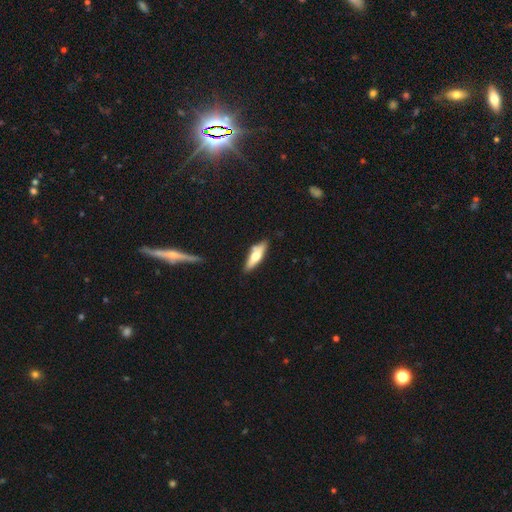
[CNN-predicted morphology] This appears to be a smooth galaxy with no disk features (53%) that is cigar-shaped (57%). Merging: none (79%).